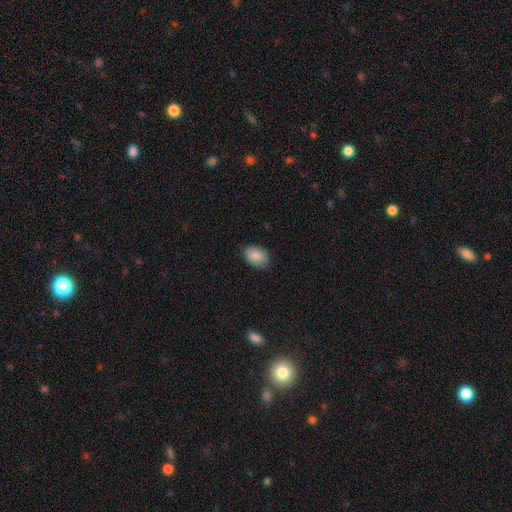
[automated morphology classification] Smooth or featured? Predicted: smooth (p=0.88). How rounded? Predicted: in between (p=0.84). Merging? Predicted: none (p=0.82).